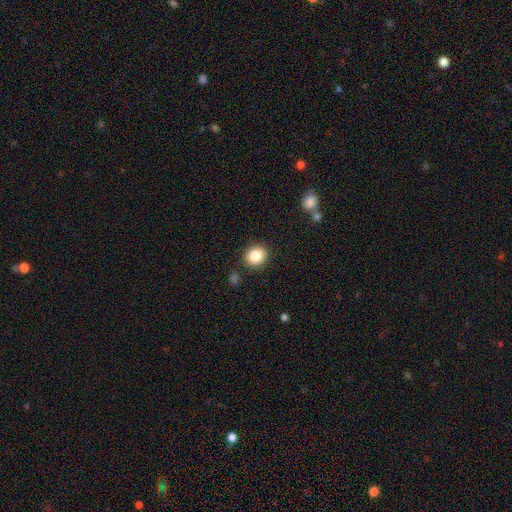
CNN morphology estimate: This is clearly a smooth galaxy (85%). How rounded: likely round (75%). Merging: clearly none (87%).